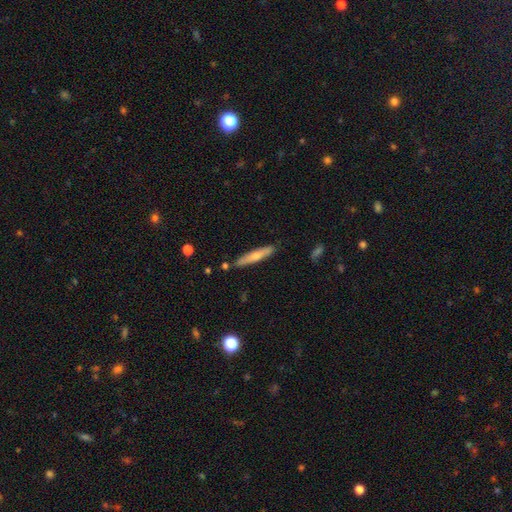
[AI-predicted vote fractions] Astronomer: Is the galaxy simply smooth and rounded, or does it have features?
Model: smooth — 60%.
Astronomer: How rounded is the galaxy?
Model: cigar-shaped — 91%.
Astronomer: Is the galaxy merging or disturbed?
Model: none — 84%.